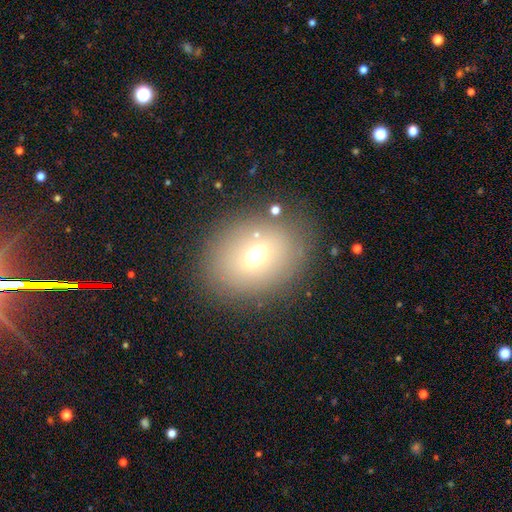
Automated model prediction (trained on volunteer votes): Smooth or featured? smooth (63%)
How rounded? in between (59%)
Merging? none (79%)